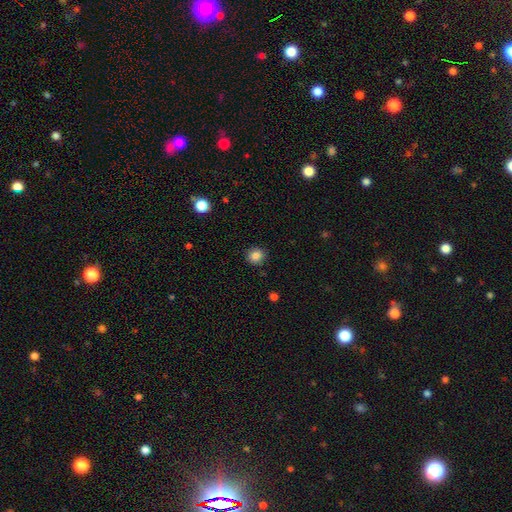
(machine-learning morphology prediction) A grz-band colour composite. It shows a smooth galaxy with no disk features (85%) that is round (87%). Merging: none (88%).